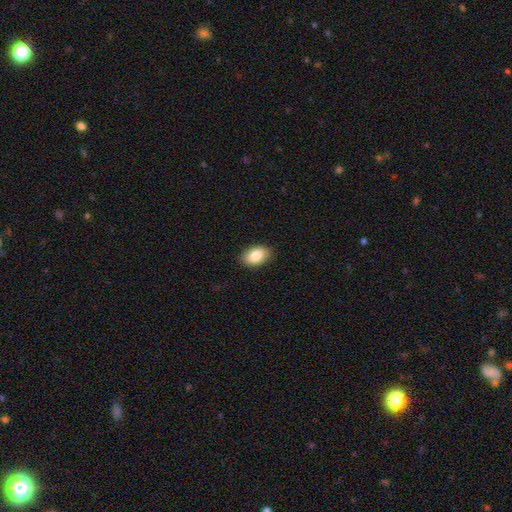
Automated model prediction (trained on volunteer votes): smooth_or_featured: smooth (p=0.85) [alt: featured or disk p=0.08]
how_rounded: in between (p=0.90) [alt: round p=0.09]
merging: none (p=0.89) [alt: minor disturbance p=0.08]